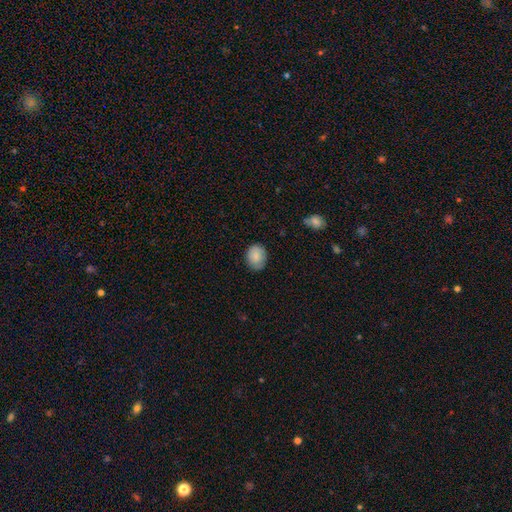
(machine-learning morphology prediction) Smooth or featured: smooth — 85% (featured or disk — 8%)
How rounded: in between — 50% (round — 49%)
Merging: none — 78% (minor disturbance — 18%)